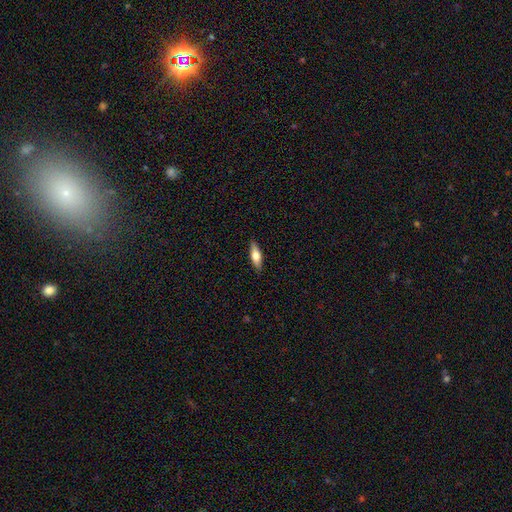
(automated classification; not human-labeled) Smooth or featured: smooth — 59% (featured or disk — 35%)
How rounded: in between — 50% (cigar-shaped — 47%)
Merging: none — 88% (minor disturbance — 9%)